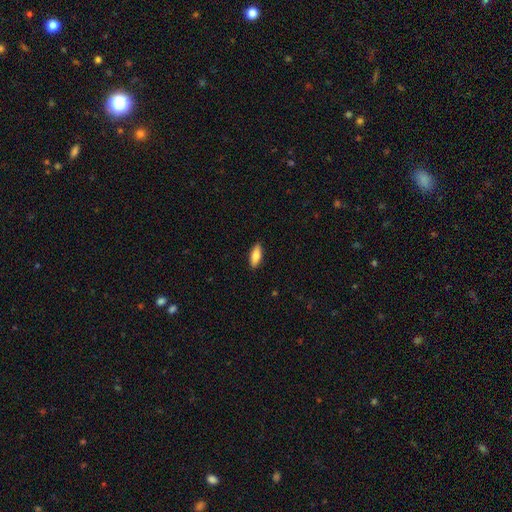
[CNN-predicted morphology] The model was most divided on "how rounded": in between: 71%, cigar-shaped: 27%, round: 2%. More confident: merging — none (90%); smooth or featured — smooth (83%).